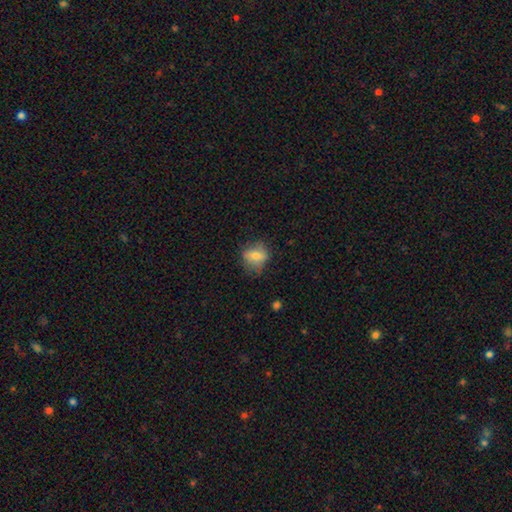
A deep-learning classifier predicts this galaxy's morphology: smooth-or-featured: smooth: 70% | featured or disk: 21% | star or artifact: 9%
  how-rounded: round: 52% | in between: 46% | cigar-shaped: 2%
  merging: none: 66% | minor disturbance: 25% | major disturbance: 8% | merger: 1%